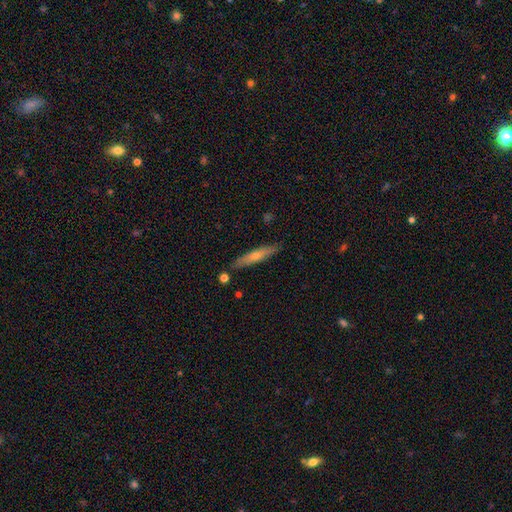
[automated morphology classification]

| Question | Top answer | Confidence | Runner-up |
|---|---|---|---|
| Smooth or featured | smooth | 57% | featured or disk (37%) |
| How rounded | cigar-shaped | 89% | in between (9%) |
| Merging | none | 84% | minor disturbance (11%) |